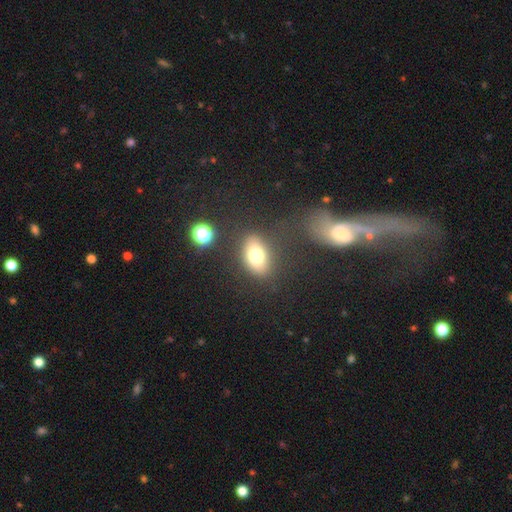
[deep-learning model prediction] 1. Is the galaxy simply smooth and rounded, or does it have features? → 73% smooth, 16% featured or disk, 11% star or artifact.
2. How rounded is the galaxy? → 80% in between, 17% round, 3% cigar-shaped.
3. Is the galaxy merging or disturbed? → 79% none, 12% minor disturbance, 5% major disturbance, 4% merger.